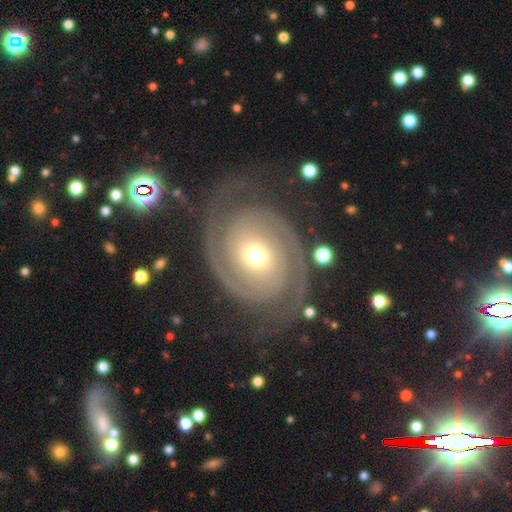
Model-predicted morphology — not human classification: This appears to be a featured or disk galaxy (92%) with no bar (72%), 2 (93%) tight (64%) spiral arms (98%) and a moderate central bulge (66%). Merging: none (78%).